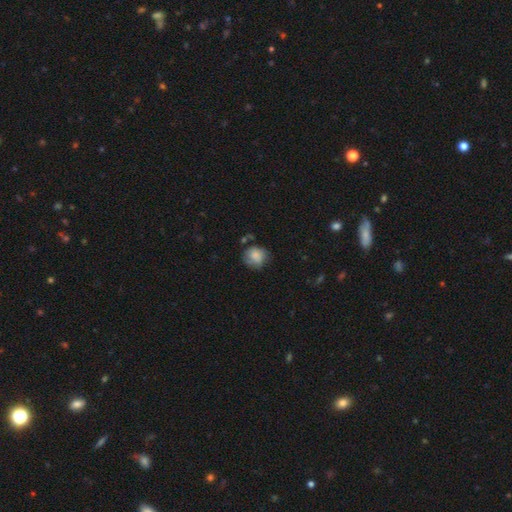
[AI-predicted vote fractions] smooth-or-featured: smooth: 79% | featured or disk: 12% | star or artifact: 9%
  how-rounded: round: 81% | in between: 18% | cigar-shaped: 1%
  merging: none: 62% | minor disturbance: 25% | major disturbance: 7% | merger: 5%